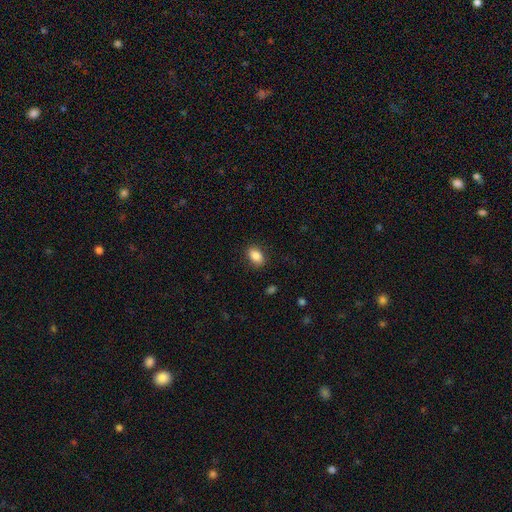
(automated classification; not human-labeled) A smooth galaxy with no disk features (87%) that is in between round and cigar-shaped (85%). Merging: none (86%).